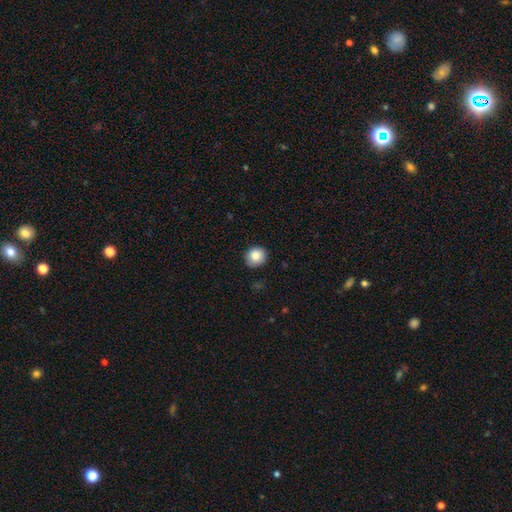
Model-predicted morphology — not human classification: The model was most divided on "merging": none: 86%, minor disturbance: 10%, major disturbance: 2%, merger: 1%. More confident: how rounded — round (88%); smooth or featured — smooth (86%).